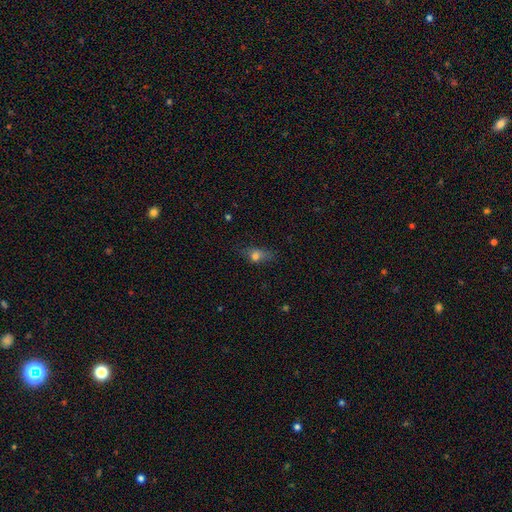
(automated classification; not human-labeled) Smooth or featured: smooth — 68% (featured or disk — 18%)
How rounded: in between — 65% (round — 22%)
Merging: none — 62% (minor disturbance — 25%)